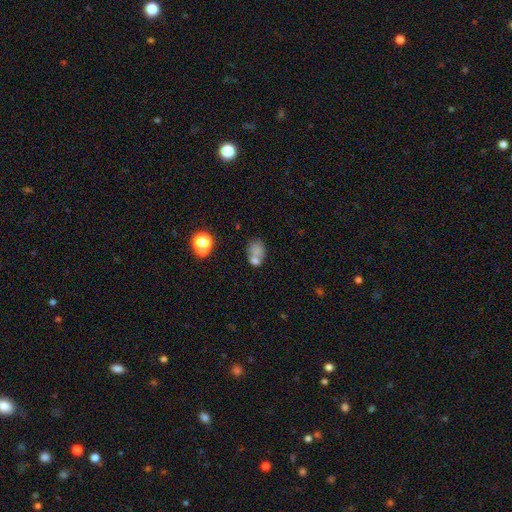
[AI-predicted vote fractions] The model was most divided on "merging": none: 40%, merger: 37%, minor disturbance: 15%, major disturbance: 8%. More confident: smooth or featured — smooth (70%); how rounded — in between (59%).